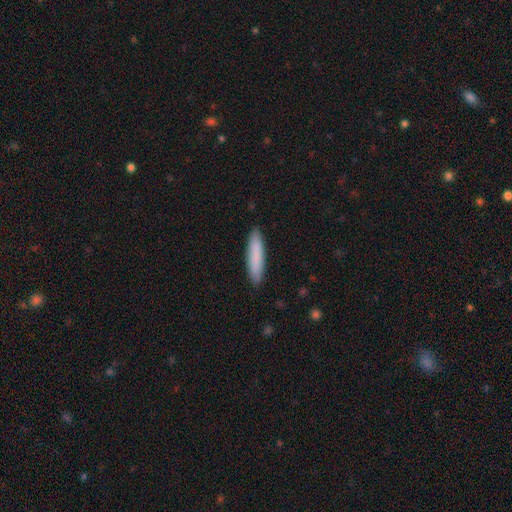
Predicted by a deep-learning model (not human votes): A smooth galaxy with no disk features (84%) that is cigar-shaped (83%).

Vote fractions:
- Smooth or featured? smooth: 84% / featured or disk: 10% / star or artifact: 6%
- How rounded? cigar-shaped: 83% / in between: 16% / round: 1%
- Merging? none: 90% / minor disturbance: 8% / major disturbance: 2% / merger: 1%